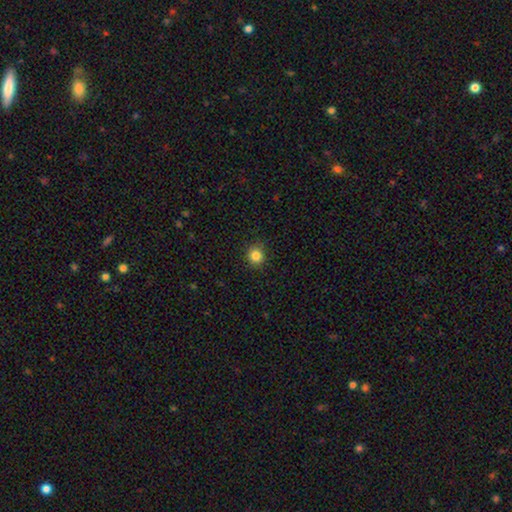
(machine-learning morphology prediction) Smooth or featured? Predicted: smooth (p=0.84). How rounded? Predicted: round (p=0.90). Merging? Predicted: none (p=0.90).